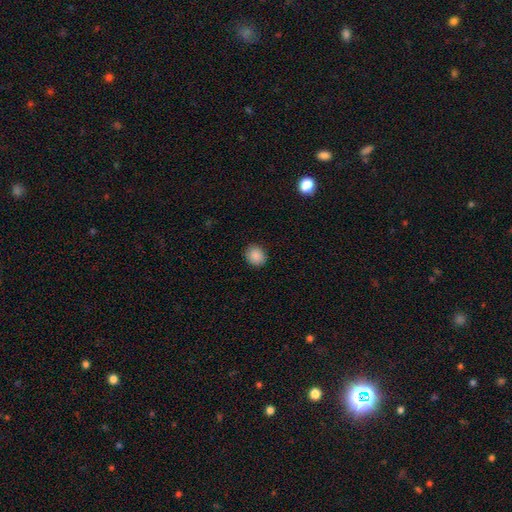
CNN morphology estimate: smooth-or-featured: smooth: 88% | star or artifact: 9% | featured or disk: 3%
  how-rounded: round: 71% | in between: 28% | cigar-shaped: 1%
  merging: none: 89% | minor disturbance: 8% | major disturbance: 2% | merger: 1%